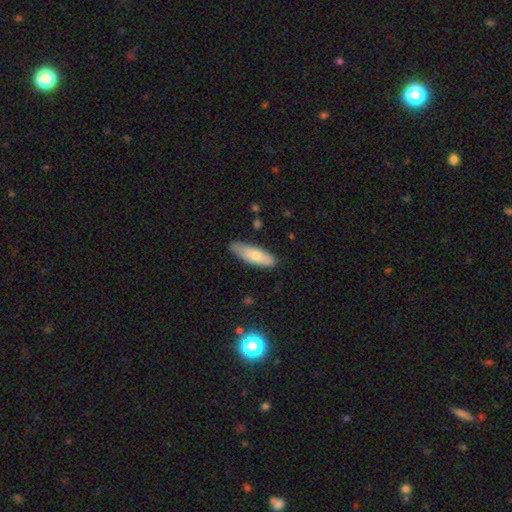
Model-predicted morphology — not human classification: Q: Smooth or featured?
A: smooth (72%); runner-up: featured or disk (21%)
Q: How rounded?
A: in between (53%); runner-up: cigar-shaped (45%)
Q: Merging?
A: none (74%); runner-up: minor disturbance (21%)